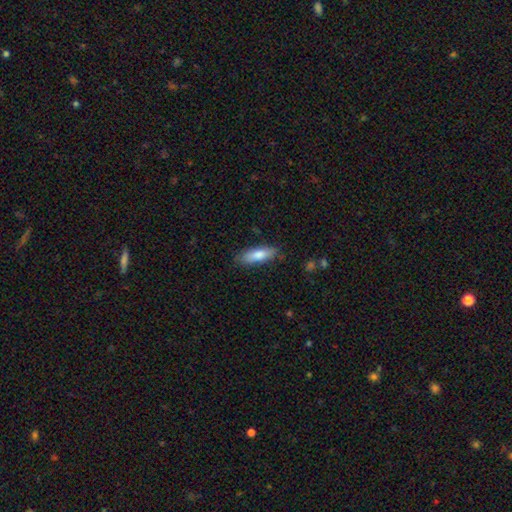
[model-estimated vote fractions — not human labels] smooth_or_featured: smooth (p=0.79) [alt: featured or disk p=0.15]
how_rounded: in between (p=0.50) [alt: cigar-shaped p=0.48]
merging: none (p=0.84) [alt: minor disturbance p=0.12]